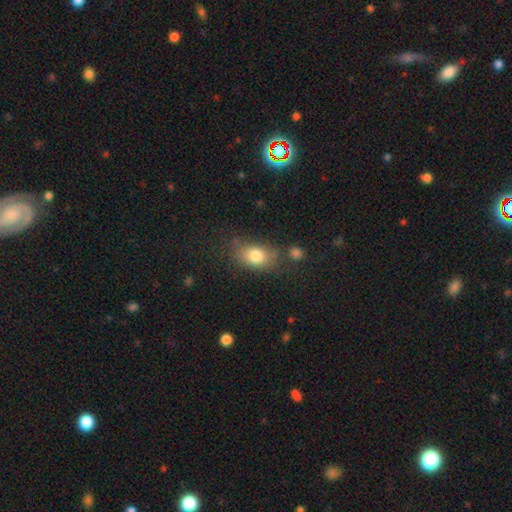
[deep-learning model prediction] This appears to be a smooth galaxy with no disk features (80%) that is in between round and cigar-shaped (76%). Merging: none (63%).